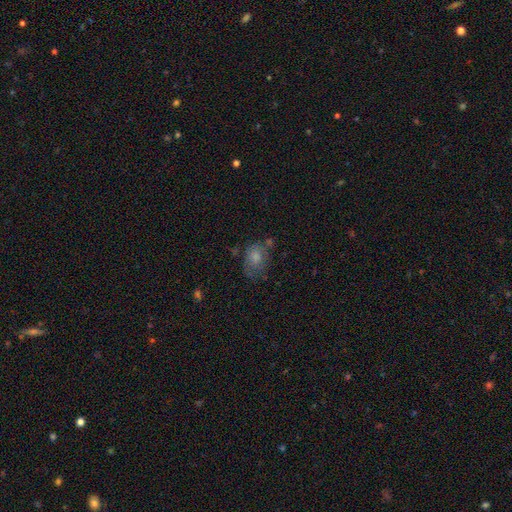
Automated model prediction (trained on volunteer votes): smooth_or_featured: smooth (p=0.52) [alt: featured or disk p=0.29]
how_rounded: in between (p=0.60) [alt: round p=0.38]
merging: none (p=0.61) [alt: minor disturbance p=0.23]